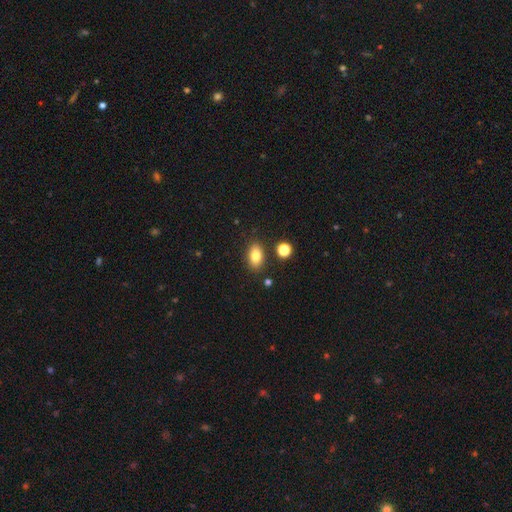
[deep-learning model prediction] Smooth or featured? Predicted: smooth (p=0.81). How rounded? Predicted: in between (p=0.87). Merging? Predicted: none (p=0.85).